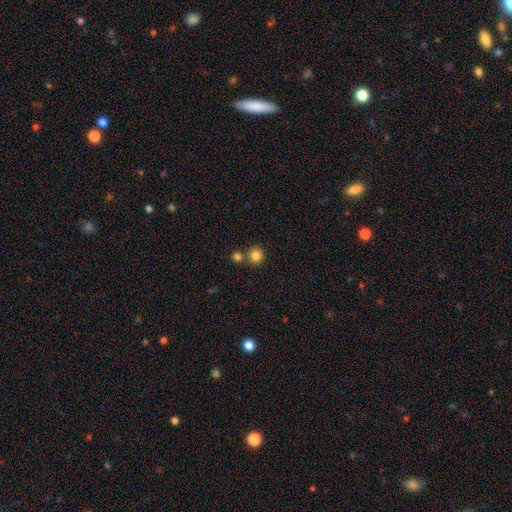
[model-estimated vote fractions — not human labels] Q: Smooth or featured?
A: smooth (83%); runner-up: star or artifact (11%)
Q: How rounded?
A: round (92%); runner-up: in between (7%)
Q: Merging?
A: none (71%); runner-up: merger (19%)